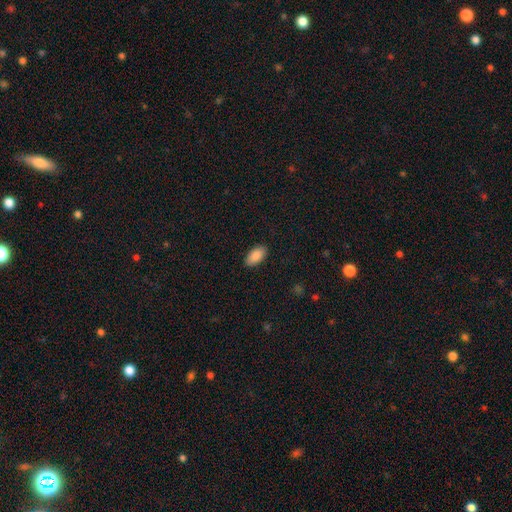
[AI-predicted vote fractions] The model was most divided on "merging": none: 88%, minor disturbance: 9%, major disturbance: 2%, merger: 1%. More confident: how rounded — in between (94%); smooth or featured — smooth (88%).